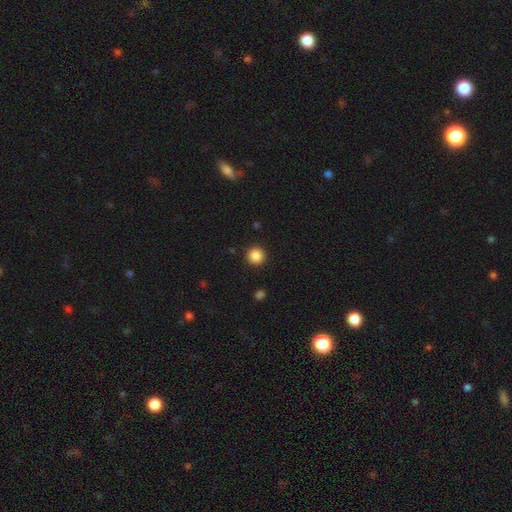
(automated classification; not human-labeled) Overall: smooth (87%). How rounded: round (95%). Merging: none (92%).